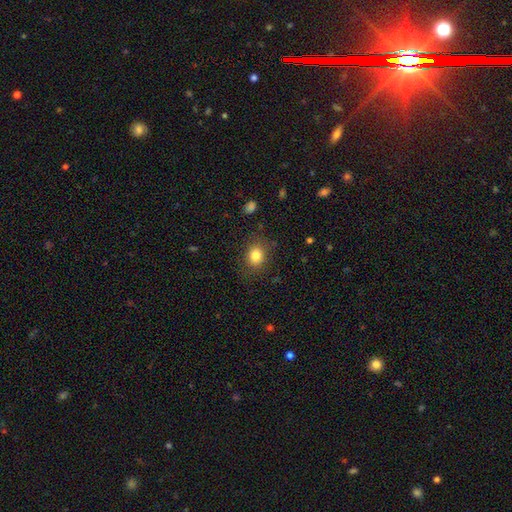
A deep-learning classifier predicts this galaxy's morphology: Smooth or featured? Predicted: smooth (p=0.82). How rounded? Predicted: round (p=0.61). Merging? Predicted: none (p=0.83).